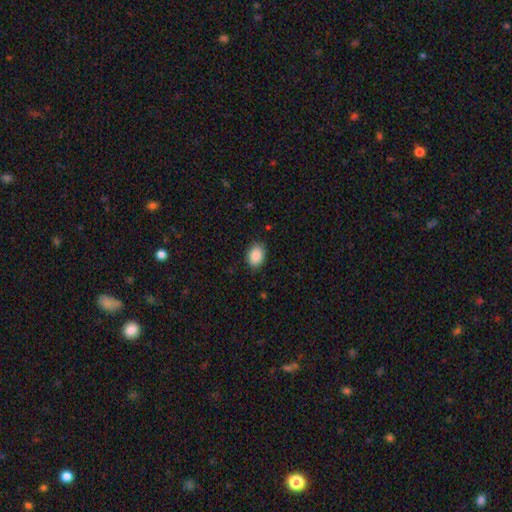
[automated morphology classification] Smooth or featured: smooth — 89% (star or artifact — 7%)
How rounded: in between — 74% (round — 25%)
Merging: none — 87% (minor disturbance — 10%)